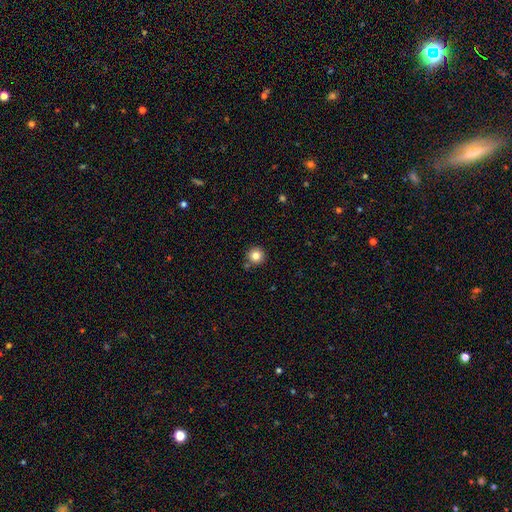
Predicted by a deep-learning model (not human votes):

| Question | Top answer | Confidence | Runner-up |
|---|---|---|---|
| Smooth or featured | smooth | 83% | star or artifact (11%) |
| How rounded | round | 95% | in between (4%) |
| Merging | none | 85% | minor disturbance (8%) |